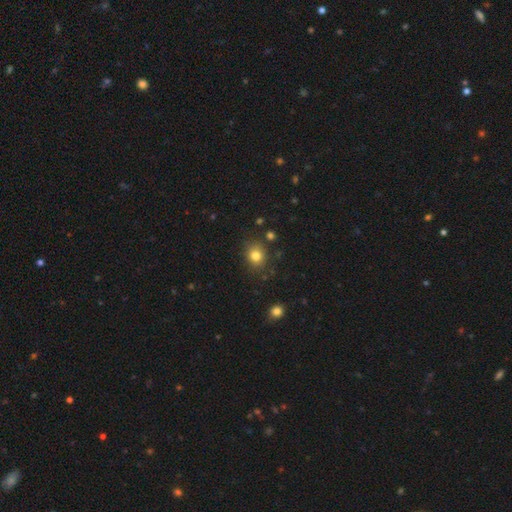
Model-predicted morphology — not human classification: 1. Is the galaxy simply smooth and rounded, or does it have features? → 81% smooth, 12% star or artifact, 7% featured or disk.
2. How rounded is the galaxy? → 71% round, 28% in between, 1% cigar-shaped.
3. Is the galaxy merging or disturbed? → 83% none, 11% minor disturbance, 3% merger, 3% major disturbance.